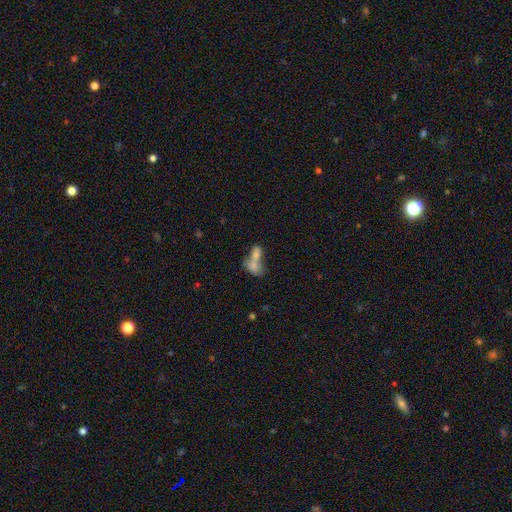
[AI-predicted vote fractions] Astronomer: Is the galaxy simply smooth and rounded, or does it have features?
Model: smooth — 64%.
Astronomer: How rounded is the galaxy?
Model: in between — 73%.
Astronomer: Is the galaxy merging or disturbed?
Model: merger — 69%.